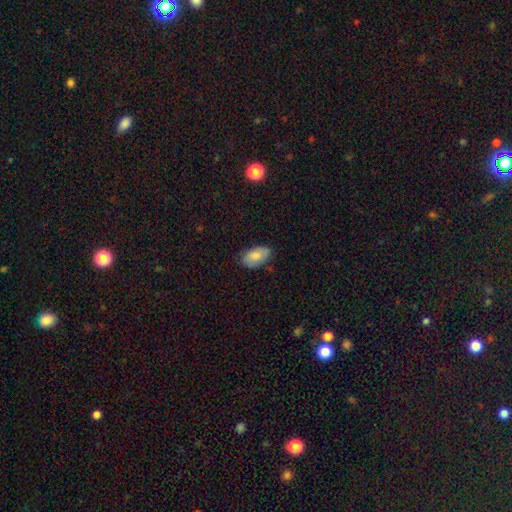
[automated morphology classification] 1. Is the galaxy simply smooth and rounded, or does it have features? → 81% smooth, 12% featured or disk, 7% star or artifact.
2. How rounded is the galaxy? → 94% in between, 4% round, 2% cigar-shaped.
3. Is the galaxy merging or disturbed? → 74% none, 21% minor disturbance, 4% major disturbance, 1% merger.